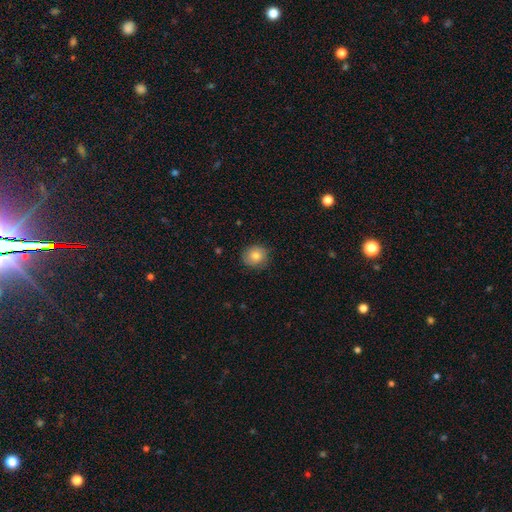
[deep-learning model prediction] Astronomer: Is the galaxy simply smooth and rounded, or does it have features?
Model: smooth — 82%.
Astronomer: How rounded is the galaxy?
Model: round — 82%.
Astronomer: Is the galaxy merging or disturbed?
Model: none — 83%.